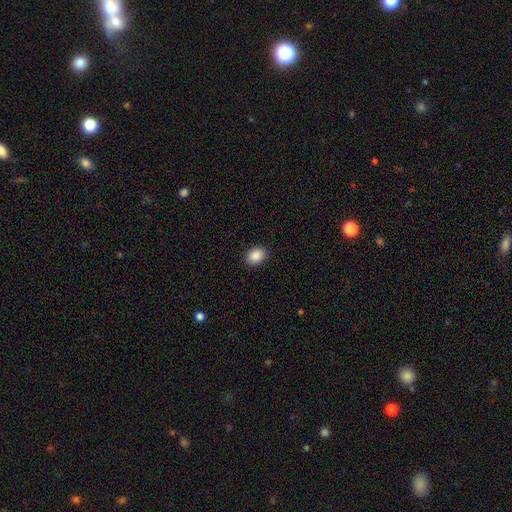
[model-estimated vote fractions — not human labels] Smooth or featured? Predicted: smooth (p=0.88). How rounded? Predicted: in between (p=0.66). Merging? Predicted: none (p=0.90).